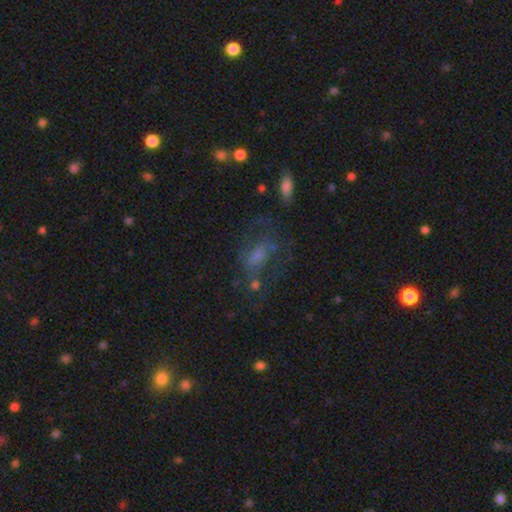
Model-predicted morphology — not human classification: This appears to be a featured or disk galaxy (44%). Merging: none (42%).